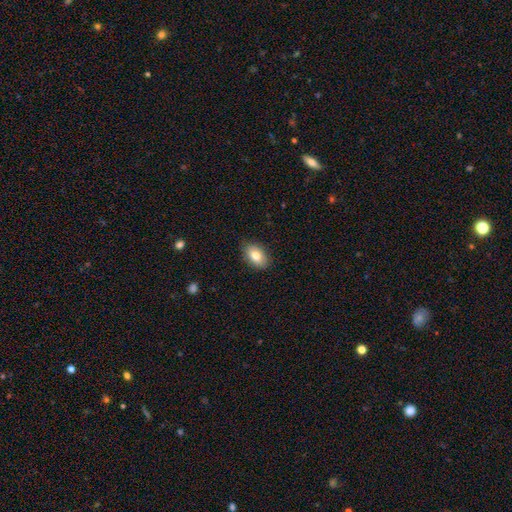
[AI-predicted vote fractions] Smooth or featured: smooth — 80% (featured or disk — 13%)
How rounded: in between — 90% (round — 9%)
Merging: none — 86% (minor disturbance — 11%)